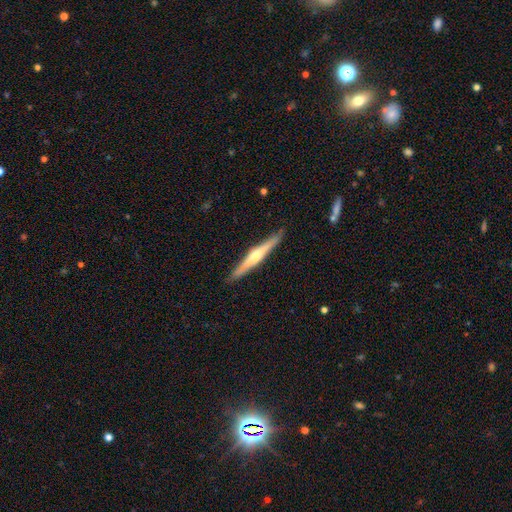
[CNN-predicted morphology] type=featured or disk (62%); edge-on=yes (97%); edge-on bulge=rounded (78%); merging=none (90%).